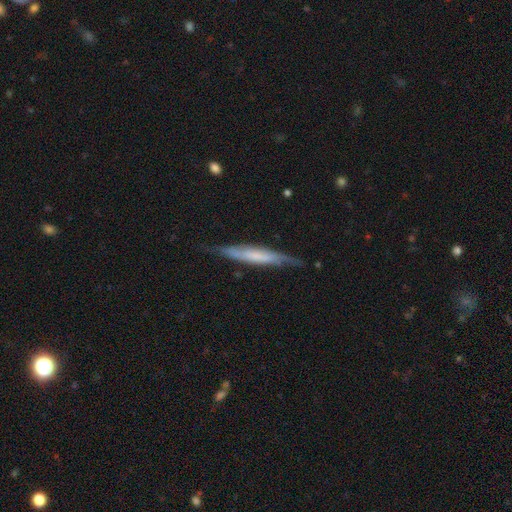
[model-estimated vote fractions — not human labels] smooth-or-featured: featured or disk: 56% | smooth: 38% | star or artifact: 6%
  disk-edge-on: yes: 84% | no: 16%
  merging: none: 73% | minor disturbance: 21% | major disturbance: 4% | merger: 2%